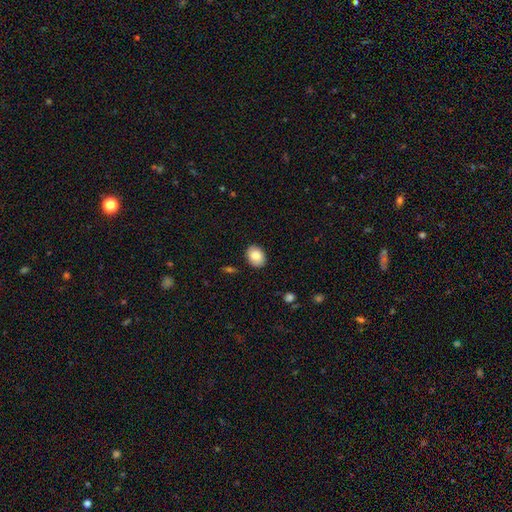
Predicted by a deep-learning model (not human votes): A smooth galaxy with no disk features (84%) that is in between round and cigar-shaped (73%).

Vote fractions:
- Smooth or featured? smooth: 84% / featured or disk: 8% / star or artifact: 7%
- How rounded? in between: 73% / round: 26% / cigar-shaped: 1%
- Merging? none: 88% / minor disturbance: 9% / major disturbance: 2% / merger: 1%